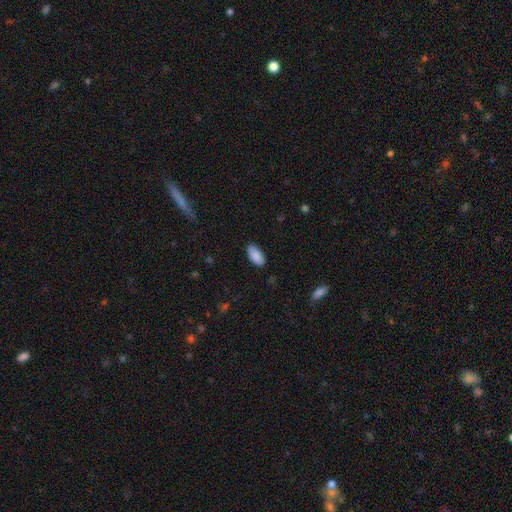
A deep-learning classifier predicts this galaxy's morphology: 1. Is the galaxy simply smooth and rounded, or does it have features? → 89% smooth, 6% star or artifact, 5% featured or disk.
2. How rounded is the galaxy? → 93% in between, 6% cigar-shaped, 2% round.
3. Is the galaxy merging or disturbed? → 85% none, 12% minor disturbance, 2% major disturbance, 1% merger.